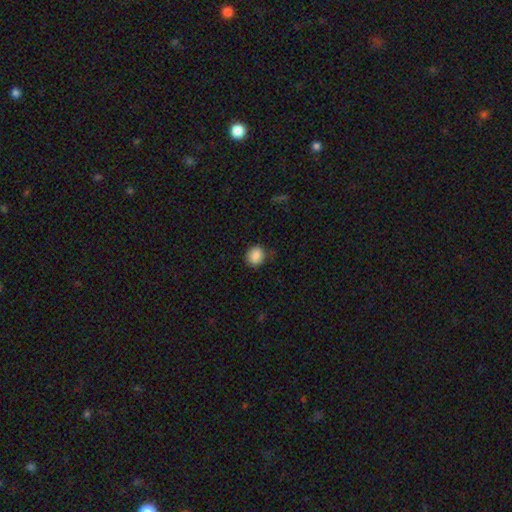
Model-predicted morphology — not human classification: Overall: smooth (88%). How rounded: round (74%). Merging: none (78%).